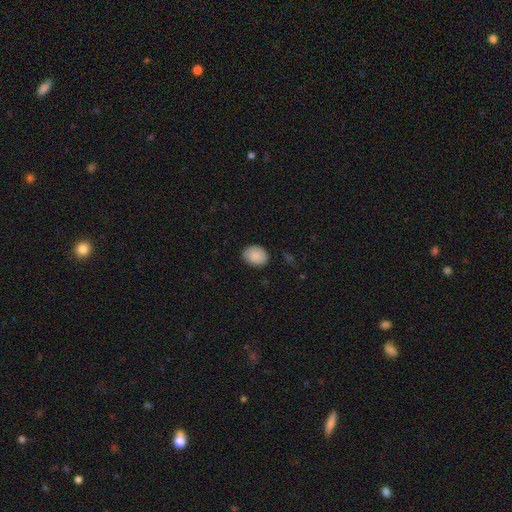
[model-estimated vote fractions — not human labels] Smooth or featured? smooth (88%)
How rounded? in between (58%)
Merging? none (84%)